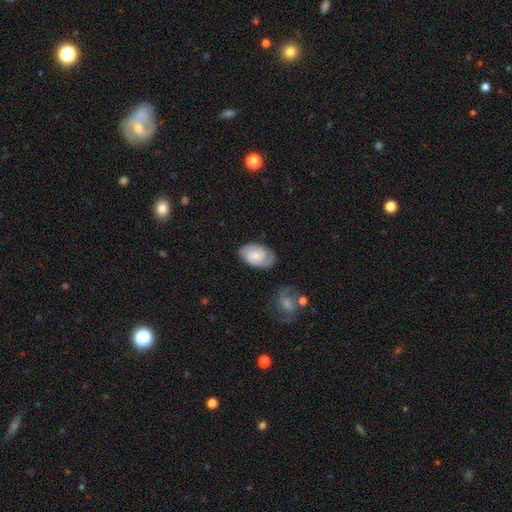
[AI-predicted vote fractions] A featured or disk galaxy (60%) with no bar (61%), 2 (72%) tight (51%) spiral arms (91%) and a small central bulge (56%). Merging: none (77%).